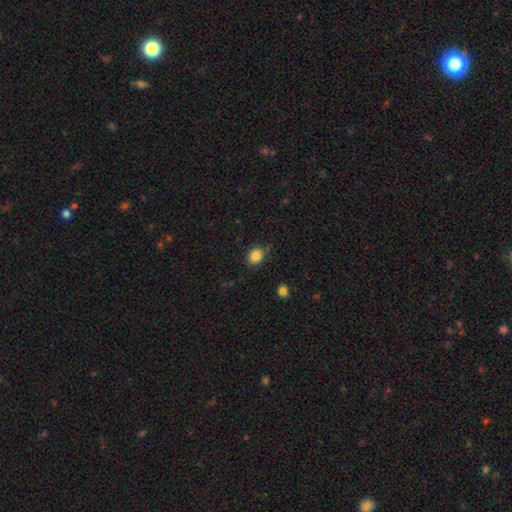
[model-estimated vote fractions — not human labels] Morphology: type=smooth (85%); roundness=round (70%); merging=none (82%).